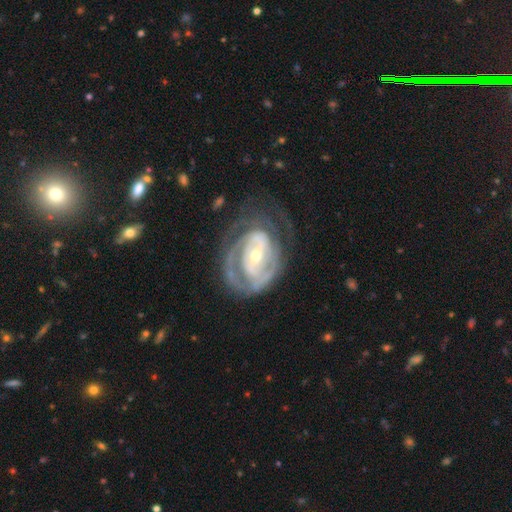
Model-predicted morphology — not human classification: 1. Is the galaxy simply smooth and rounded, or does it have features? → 88% featured or disk, 8% smooth, 5% star or artifact.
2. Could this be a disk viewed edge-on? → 97% no, 3% yes.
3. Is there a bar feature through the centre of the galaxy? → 41% weak, 31% no, 28% strong.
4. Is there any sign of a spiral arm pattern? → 92% yes, 8% no.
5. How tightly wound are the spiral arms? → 64% tight, 28% medium, 8% loose.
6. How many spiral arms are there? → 43% 2, 26% can't tell, 13% 1, 12% 3, 4% 4, 3% more than 4.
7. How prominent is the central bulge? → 53% small, 43% moderate, 3% large, 1% none, 1% dominant.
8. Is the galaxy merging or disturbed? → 56% none, 21% minor disturbance, 21% major disturbance, 2% merger.